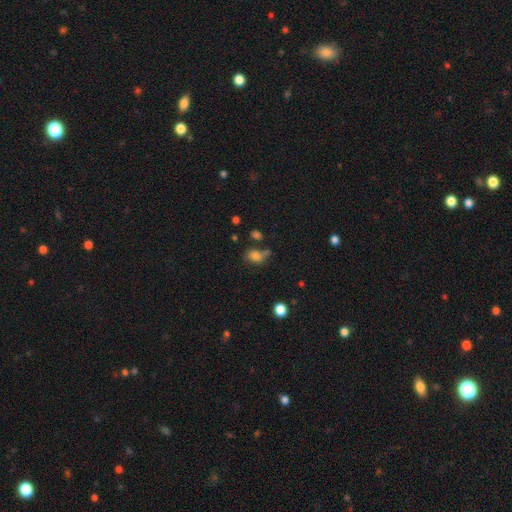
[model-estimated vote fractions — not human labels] Smooth or featured? smooth (74%)
How rounded? in between (69%)
Merging? none (46%)